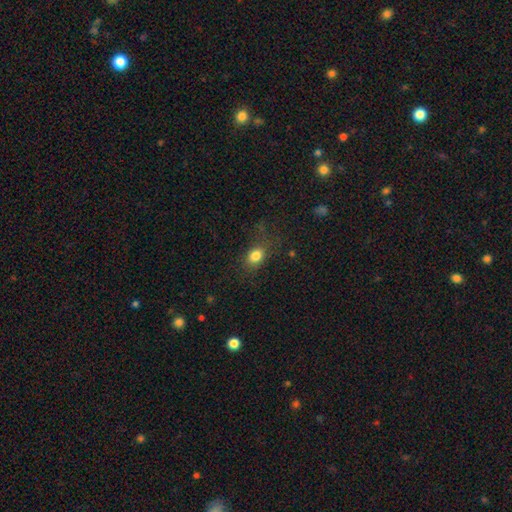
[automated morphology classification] Smooth or featured? Predicted: smooth (p=0.81). How rounded? Predicted: in between (p=0.68). Merging? Predicted: none (p=0.73).